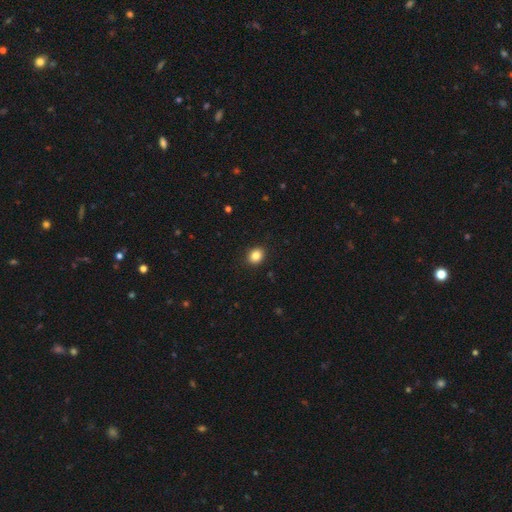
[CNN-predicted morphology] This appears to be a smooth galaxy with no disk features (86%) that is round (56%). Merging: none (91%).